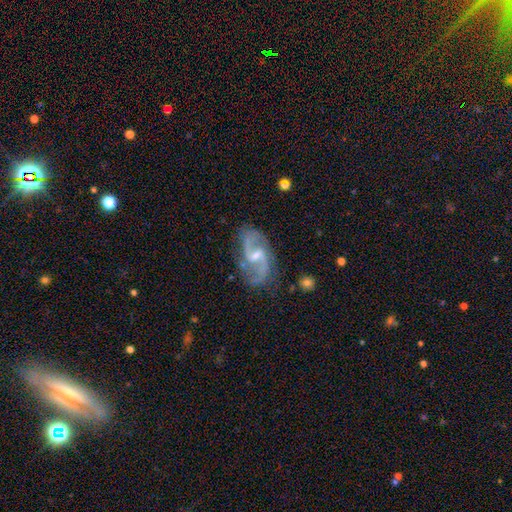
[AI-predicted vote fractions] This appears to be a featured or disk galaxy (89%) with a weak bar (58%), 2 (91%) medium (46%) spiral arms (97%) and a small central bulge (52%). Merging: none (76%).